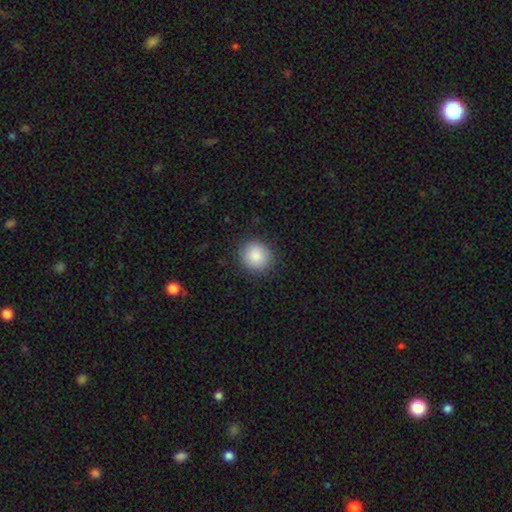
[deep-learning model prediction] Smooth or featured? smooth (88%)
How rounded? round (88%)
Merging? none (88%)